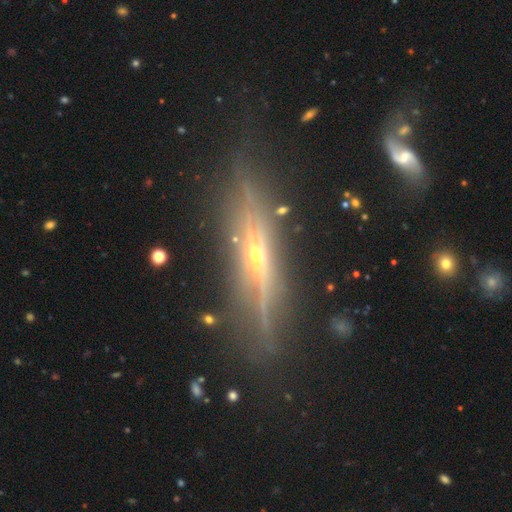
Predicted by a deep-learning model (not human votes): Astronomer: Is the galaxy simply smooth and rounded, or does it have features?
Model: featured or disk — 79%.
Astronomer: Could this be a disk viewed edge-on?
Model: yes — 90%.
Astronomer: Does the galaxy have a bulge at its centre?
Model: rounded — 81%.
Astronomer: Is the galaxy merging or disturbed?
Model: none — 74%.